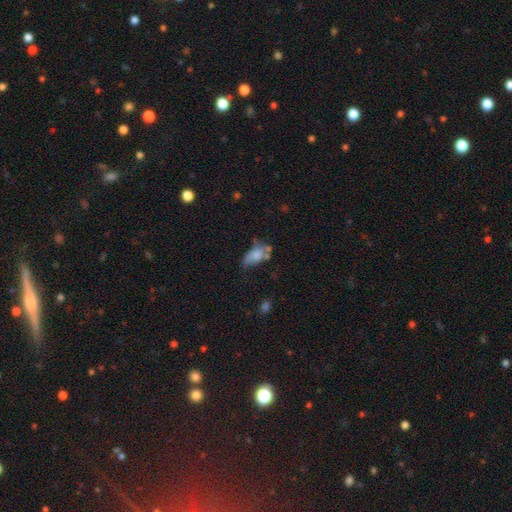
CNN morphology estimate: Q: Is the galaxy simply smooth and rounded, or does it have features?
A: smooth — 61%.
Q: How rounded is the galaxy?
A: in between — 87%.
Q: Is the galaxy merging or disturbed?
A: minor disturbance — 30%.